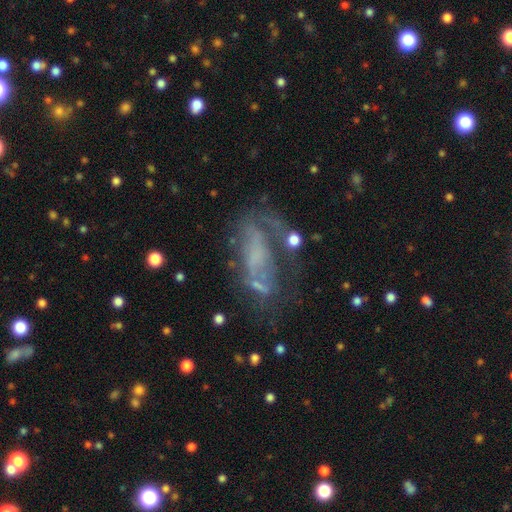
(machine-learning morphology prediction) smooth-or-featured: featured or disk: 60% | smooth: 25% | star or artifact: 14%
  disk-edge-on: no: 91% | yes: 9%
    bar: no: 67% | weak: 22% | strong: 11%
    has-spiral-arms: no: 50% (tied) | yes: 50% (tied)
    bulge-size: none: 61% | small: 21% | moderate: 12% | large: 5% | dominant: 2%
  merging: none: 39% | major disturbance: 30% | minor disturbance: 21% | merger: 10%